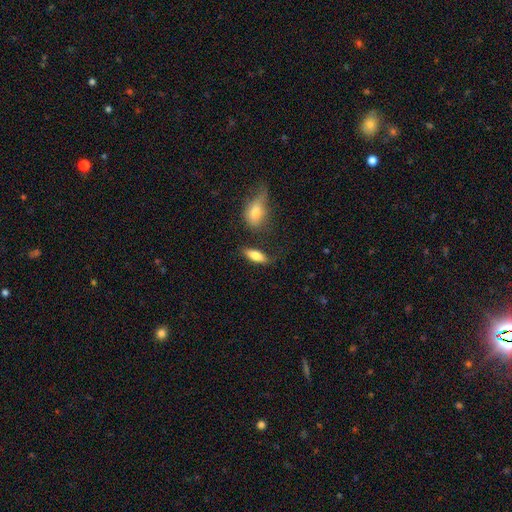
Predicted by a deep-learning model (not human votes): This is likely a smooth galaxy (76%). How rounded: likely in between (69%). Merging: likely none (71%).